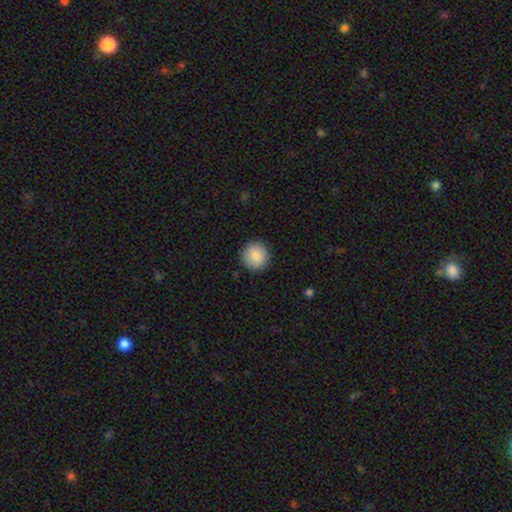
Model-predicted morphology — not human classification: A smooth galaxy with no disk features (86%) that is round (95%).

Vote fractions:
- Smooth or featured? smooth: 86% / star or artifact: 8% / featured or disk: 6%
- How rounded? round: 95% / in between: 4% / cigar-shaped: 1%
- Merging? none: 91% / minor disturbance: 6% / major disturbance: 2% / merger: 1%